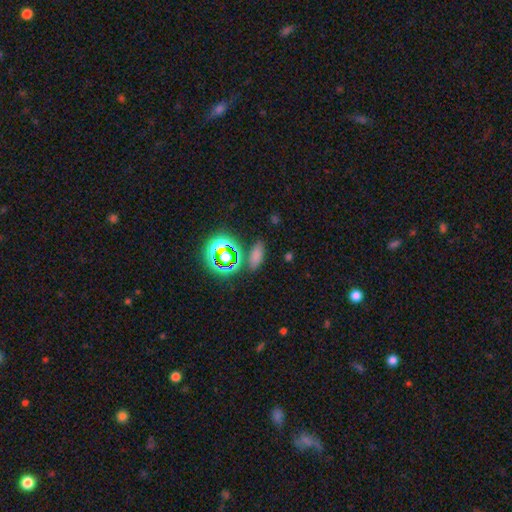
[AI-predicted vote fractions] smooth_or_featured: smooth (p=0.63) [alt: star or artifact p=0.29]
how_rounded: in between (p=0.78) [alt: cigar-shaped p=0.12]
merging: none (p=0.78) [alt: minor disturbance p=0.12]